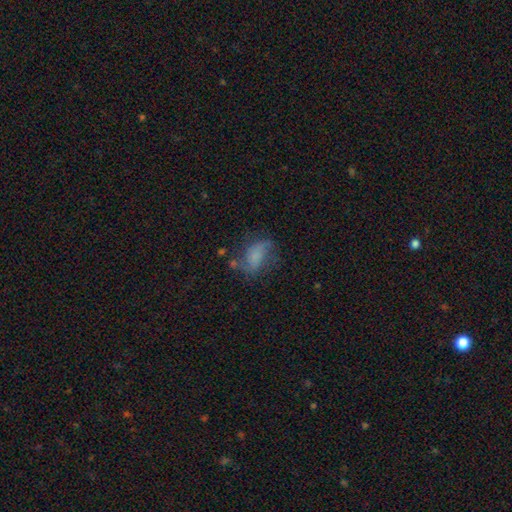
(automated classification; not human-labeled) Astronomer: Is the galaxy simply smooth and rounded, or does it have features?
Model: smooth — 51% (runner-up: featured or disk, 37%).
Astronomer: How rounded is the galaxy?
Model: in between — 84%.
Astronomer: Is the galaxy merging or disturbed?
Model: none — 47% (runner-up: minor disturbance, 26%).